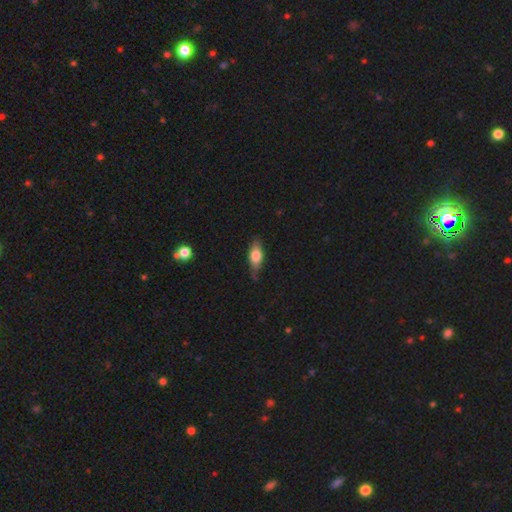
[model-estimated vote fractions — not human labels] The model was most divided on "smooth or featured": smooth: 67%, featured or disk: 26%, star or artifact: 7%. More confident: how rounded — in between (74%); merging — none (71%).